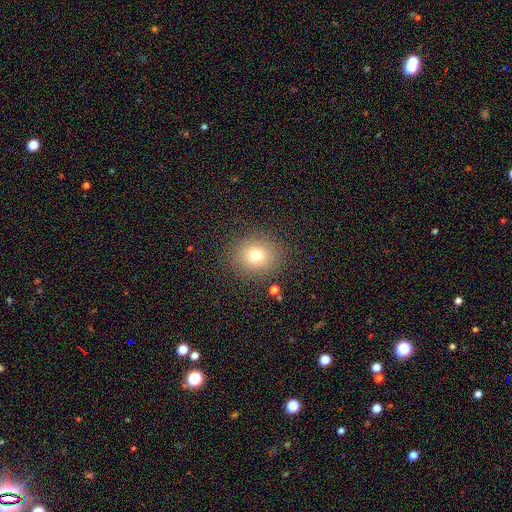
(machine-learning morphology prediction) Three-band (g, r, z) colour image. It shows a smooth galaxy with no disk features (72%) that is round (79%). Merging: none (87%).